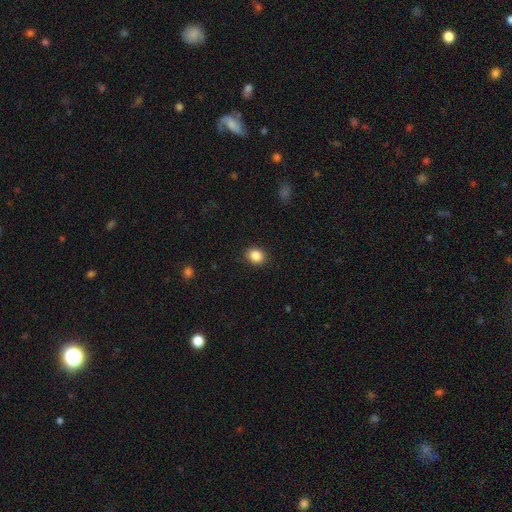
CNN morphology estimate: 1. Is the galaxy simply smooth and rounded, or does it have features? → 86% smooth, 10% star or artifact, 5% featured or disk.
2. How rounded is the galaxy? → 62% round, 38% in between, 1% cigar-shaped.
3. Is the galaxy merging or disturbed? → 90% none, 7% minor disturbance, 2% major disturbance, 1% merger.